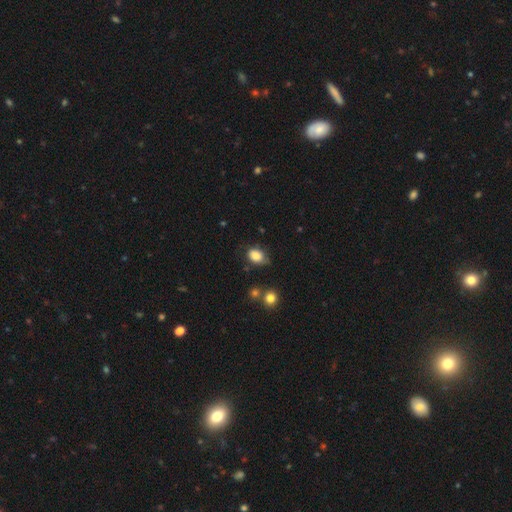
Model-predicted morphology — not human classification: This appears to be a smooth galaxy with no disk features (83%) that is in between round and cigar-shaped (68%). Merging: none (60%).